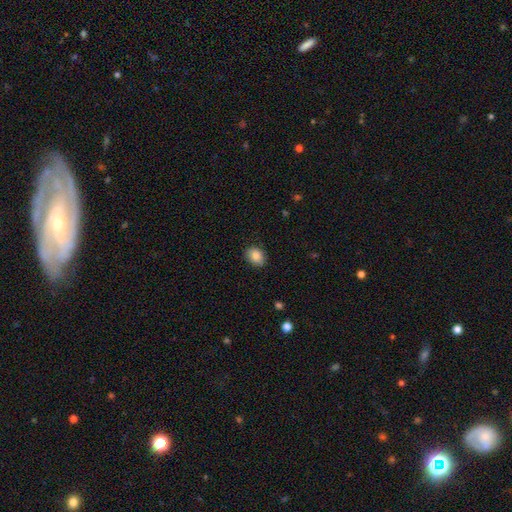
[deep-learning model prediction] The model was most divided on "how rounded": in between: 59%, round: 40%, cigar-shaped: 1%. More confident: merging — none (86%); smooth or featured — smooth (86%).